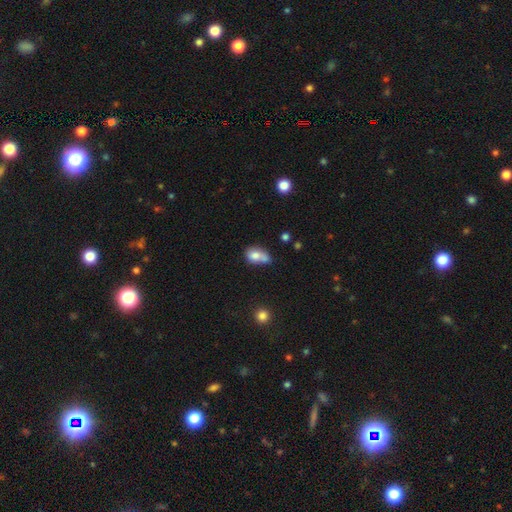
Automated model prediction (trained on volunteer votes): The model was most divided on "merging": merger: 42%, none: 27%, minor disturbance: 20%, major disturbance: 11%. More confident: smooth or featured — smooth (72%); how rounded — in between (70%).